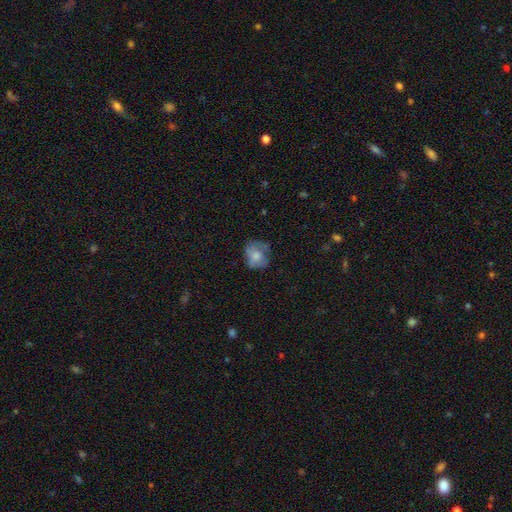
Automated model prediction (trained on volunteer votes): smooth_or_featured: smooth (p=0.67) [alt: featured or disk p=0.24]
how_rounded: round (p=0.65) [alt: in between p=0.34]
merging: none (p=0.52) [alt: minor disturbance p=0.29]